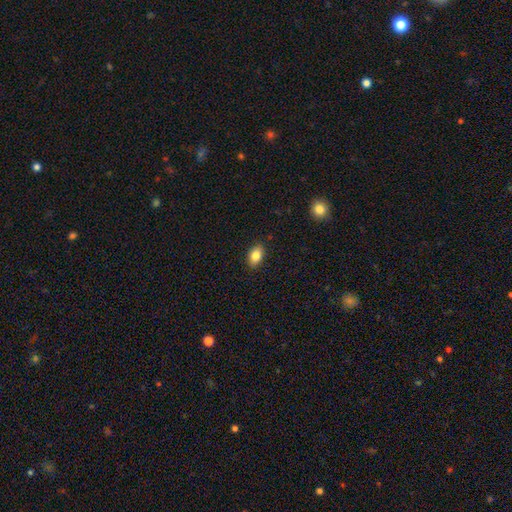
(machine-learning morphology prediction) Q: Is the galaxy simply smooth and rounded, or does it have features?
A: smooth — 84%.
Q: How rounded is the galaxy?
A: in between — 86%.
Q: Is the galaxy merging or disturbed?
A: none — 87%.